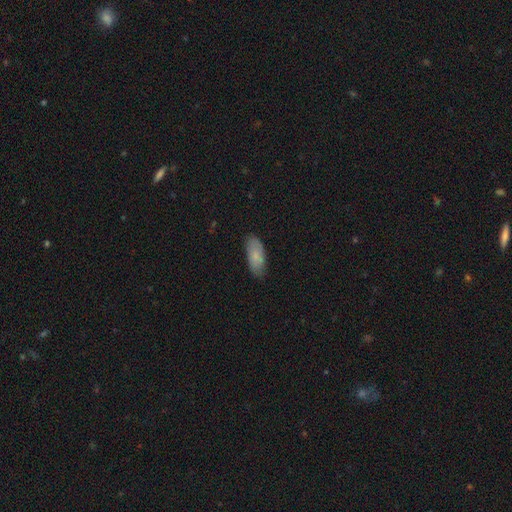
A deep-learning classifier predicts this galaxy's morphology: Smooth or featured? Predicted: smooth (p=0.79). How rounded? Predicted: in between (p=0.81). Merging? Predicted: none (p=0.81).